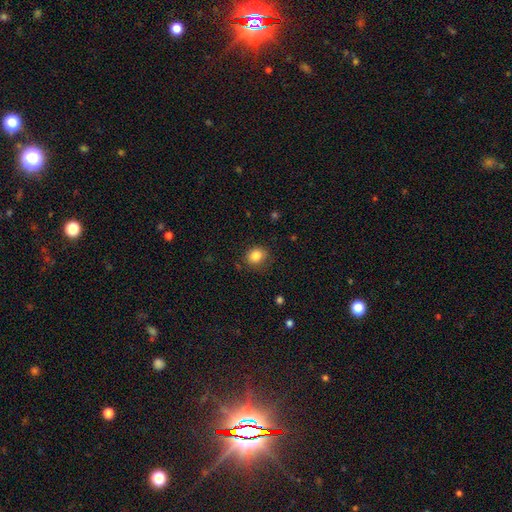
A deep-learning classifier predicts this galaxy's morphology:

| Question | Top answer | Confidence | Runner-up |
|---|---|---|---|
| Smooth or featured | smooth | 84% | star or artifact (10%) |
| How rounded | round | 68% | in between (31%) |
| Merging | none | 79% | minor disturbance (16%) |